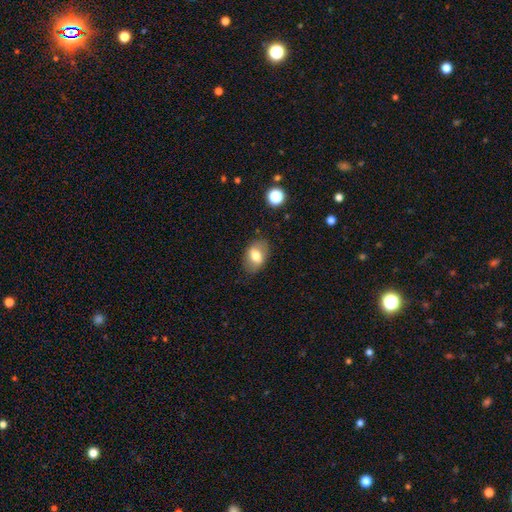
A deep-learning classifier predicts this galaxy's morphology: Q: Smooth or featured?
A: smooth (71%); runner-up: featured or disk (20%)
Q: How rounded?
A: in between (83%); runner-up: round (16%)
Q: Merging?
A: none (80%); runner-up: minor disturbance (14%)